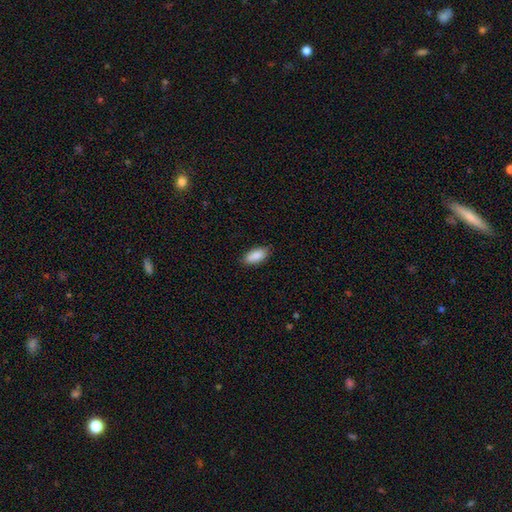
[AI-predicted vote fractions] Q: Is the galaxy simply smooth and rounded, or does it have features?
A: smooth — 89%.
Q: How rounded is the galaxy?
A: in between — 85%.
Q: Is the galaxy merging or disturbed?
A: none — 85%.